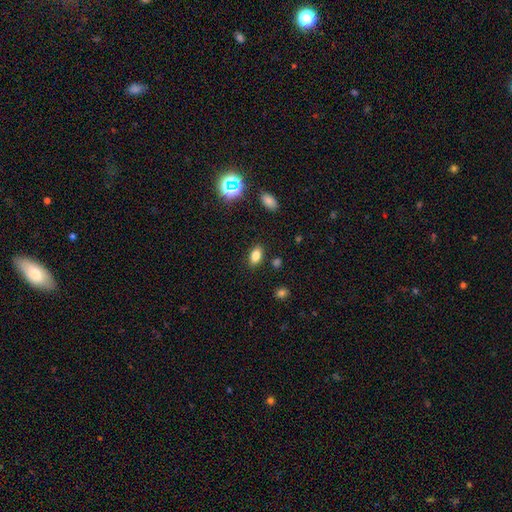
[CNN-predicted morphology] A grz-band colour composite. It shows a smooth galaxy with no disk features (81%) that is in between round and cigar-shaped (88%). Merging: none (86%).